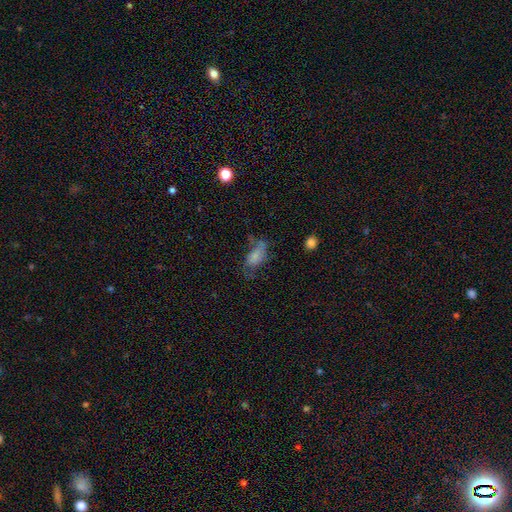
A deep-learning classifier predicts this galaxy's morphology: A smooth galaxy with no disk features (57%) that is in between round and cigar-shaped (89%). Merging: major disturbance (34%).